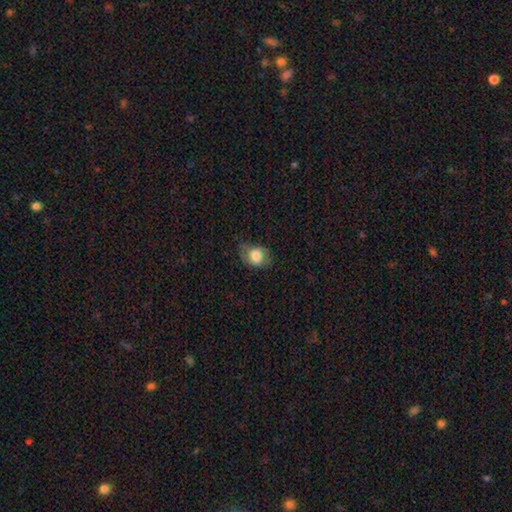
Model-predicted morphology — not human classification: smooth_or_featured: smooth (p=0.75) [alt: featured or disk p=0.17]
how_rounded: in between (p=0.54) [alt: round p=0.45]
merging: none (p=0.55) [alt: minor disturbance p=0.30]